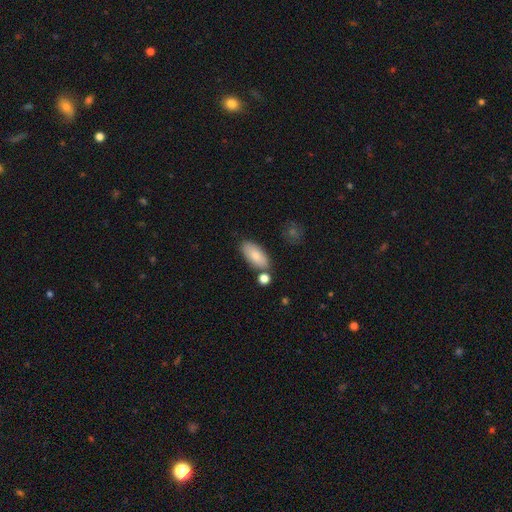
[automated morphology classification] Overall: smooth (81%). How rounded: in between (89%). Merging: none (75%).